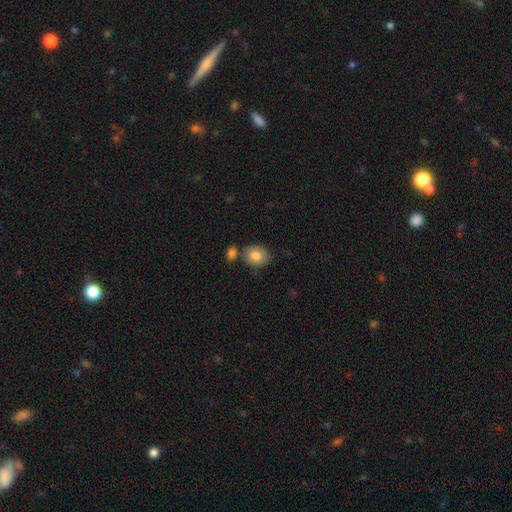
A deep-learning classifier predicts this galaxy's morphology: A smooth galaxy with no disk features (83%) that is round (61%).

Vote fractions:
- Smooth or featured? smooth: 83% / featured or disk: 9% / star or artifact: 7%
- How rounded? round: 61% / in between: 38% / cigar-shaped: 1%
- Merging? none: 71% / merger: 14% / minor disturbance: 13% / major disturbance: 3%